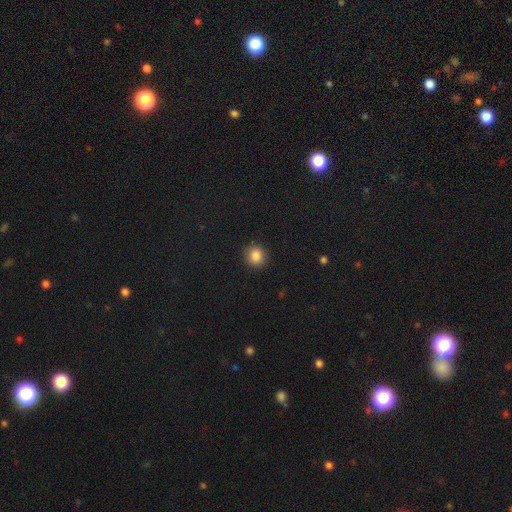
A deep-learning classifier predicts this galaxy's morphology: This appears to be a smooth galaxy with no disk features (86%) that is round (91%). Merging: none (91%).